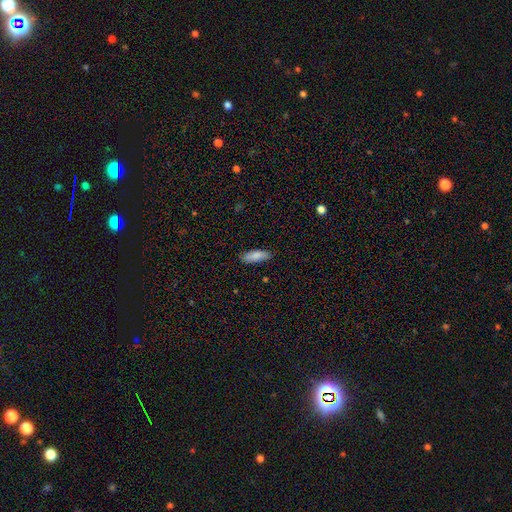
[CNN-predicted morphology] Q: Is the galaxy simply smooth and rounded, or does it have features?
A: smooth — 84%.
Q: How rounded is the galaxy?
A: in between — 61%.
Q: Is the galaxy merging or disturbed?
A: none — 85%.